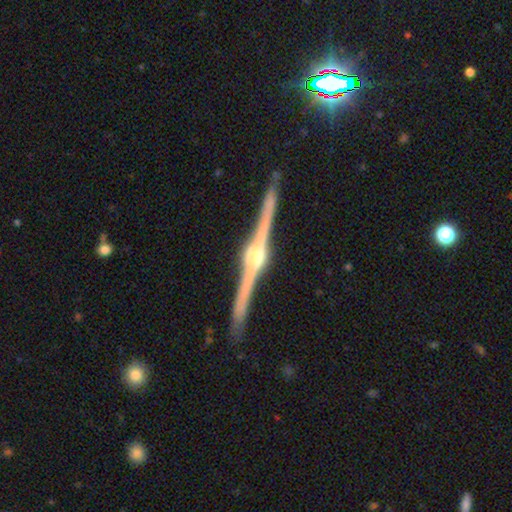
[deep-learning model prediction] Q: Smooth or featured?
A: featured or disk (92%); runner-up: star or artifact (5%)
Q: Edge-on disk?
A: yes (99%); runner-up: no (1%)
Q: Edge-on bulge?
A: rounded (88%); runner-up: boxy (9%)
Q: Merging?
A: none (92%); runner-up: minor disturbance (6%)